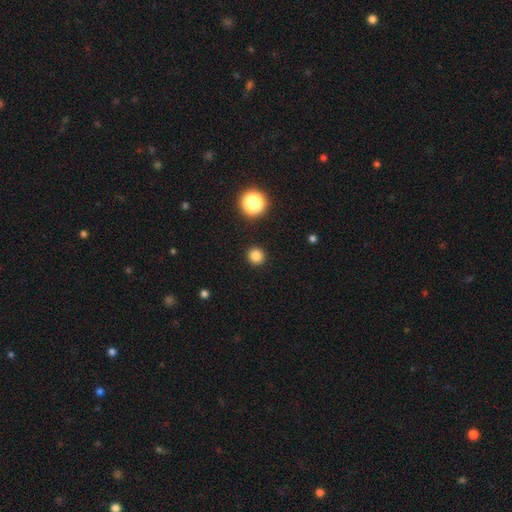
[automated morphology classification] smooth 82%, star or artifact 14%, featured or disk 4%. Down the decision tree: how rounded — round (94%); merging — none (92%).